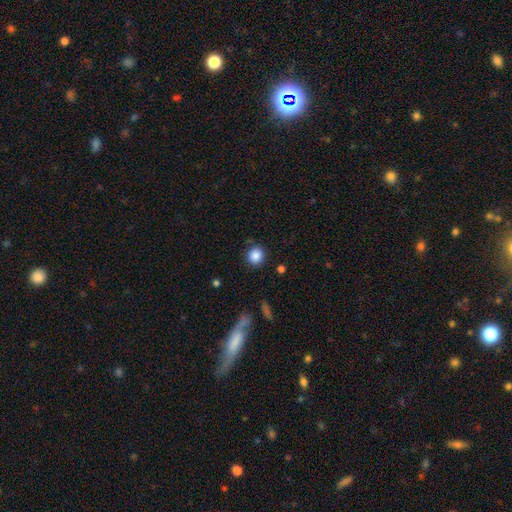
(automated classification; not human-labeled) This is clearly a smooth galaxy (86%). How rounded: clearly round (90%). Merging: clearly none (86%).